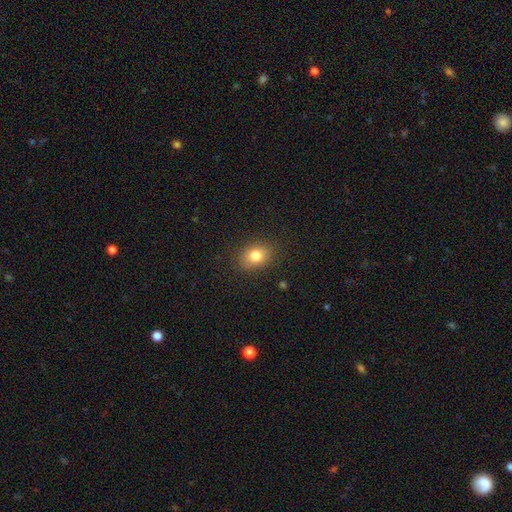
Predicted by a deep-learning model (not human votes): Smooth or featured?
  - smooth: 80% *
  - star or artifact: 11%
  - featured or disk: 9%
How rounded?
  - in between: 62% *
  - round: 37%
  - cigar-shaped: 1%
Merging?
  - none: 86% *
  - minor disturbance: 10%
  - major disturbance: 3%
  - merger: 1%